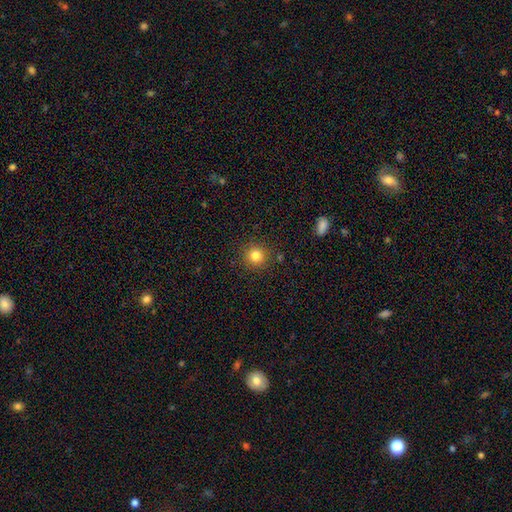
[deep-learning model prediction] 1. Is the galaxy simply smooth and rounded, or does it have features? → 81% smooth, 12% star or artifact, 6% featured or disk.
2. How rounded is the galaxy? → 93% round, 7% in between, 1% cigar-shaped.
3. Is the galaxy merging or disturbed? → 89% none, 7% minor disturbance, 2% major disturbance, 2% merger.